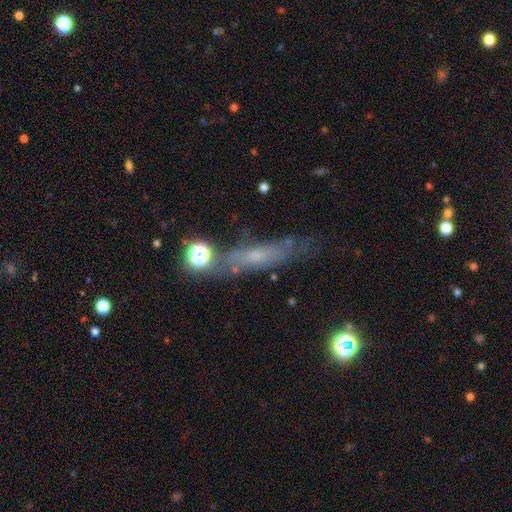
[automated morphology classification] smooth_or_featured: featured or disk (p=0.44) [alt: smooth p=0.40]
merging: none (p=0.61) [alt: minor disturbance p=0.22]